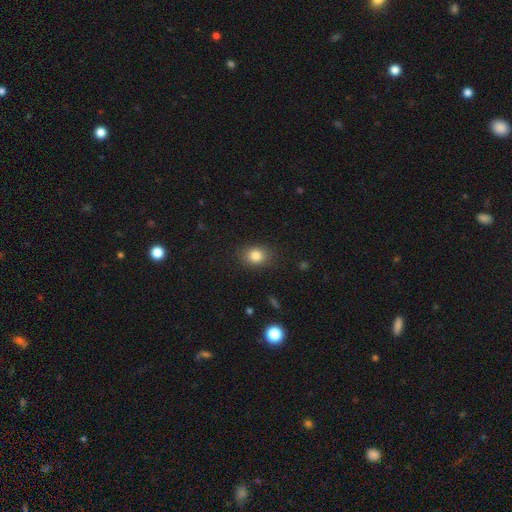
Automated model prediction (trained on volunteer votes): A smooth galaxy with no disk features (83%) that is in between round and cigar-shaped (56%). Merging: none (85%).